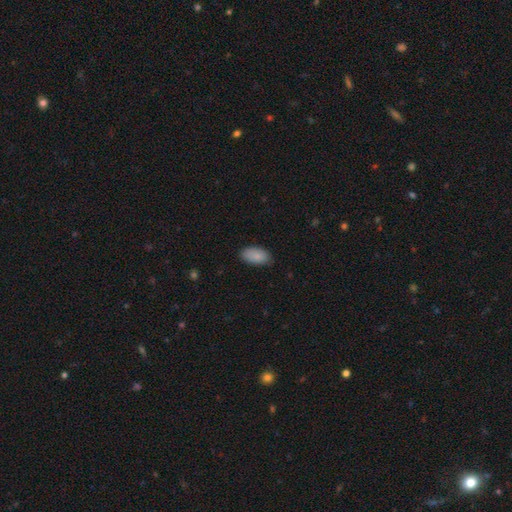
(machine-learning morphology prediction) The model was most divided on "merging": none: 80%, minor disturbance: 16%, major disturbance: 3%, merger: 1%. More confident: how rounded — in between (94%); smooth or featured — smooth (86%).